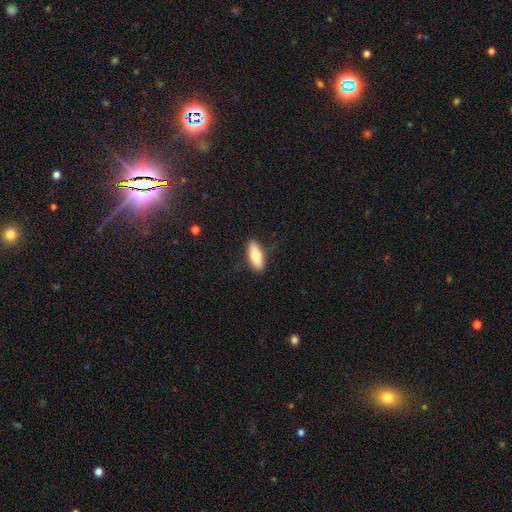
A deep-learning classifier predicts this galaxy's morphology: smooth-or-featured: smooth: 73% | featured or disk: 21% | star or artifact: 6%
  how-rounded: in between: 74% | cigar-shaped: 24% | round: 3%
  merging: none: 86% | minor disturbance: 11% | major disturbance: 2% | merger: 1%